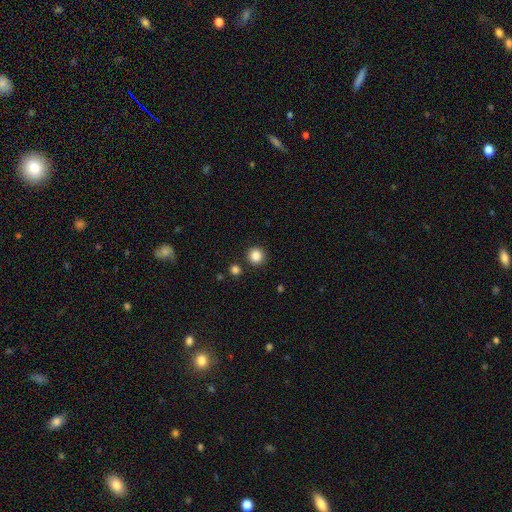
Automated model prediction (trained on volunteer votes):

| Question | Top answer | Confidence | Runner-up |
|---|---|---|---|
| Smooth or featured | smooth | 86% | star or artifact (11%) |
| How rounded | round | 93% | in between (6%) |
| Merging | none | 88% | minor disturbance (6%) |